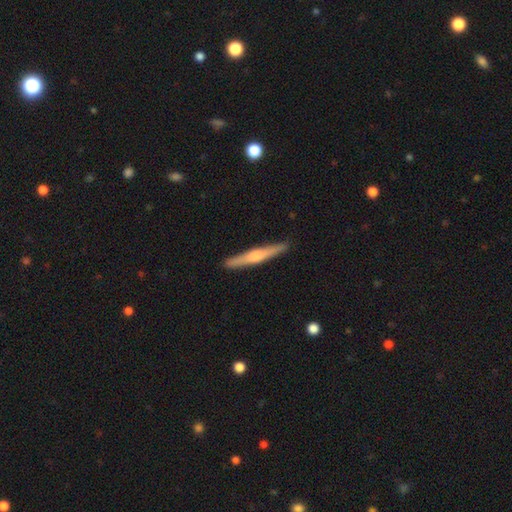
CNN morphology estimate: A featured or disk galaxy (61%) viewed edge-on (98%) with a rounded central bulge (77%). Merging: none (91%).